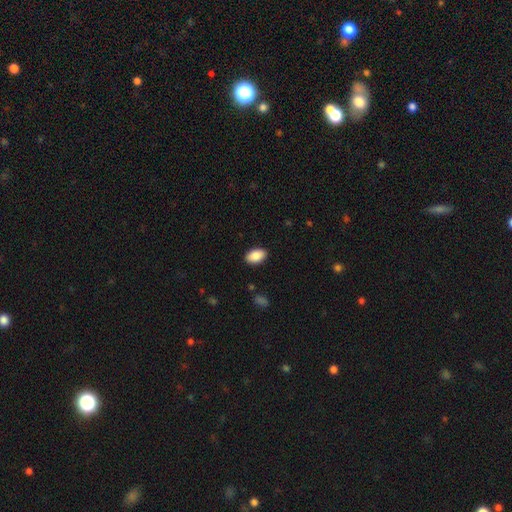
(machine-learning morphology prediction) Smooth or featured? Predicted: smooth (p=0.89). How rounded? Predicted: in between (p=0.93). Merging? Predicted: none (p=0.89).